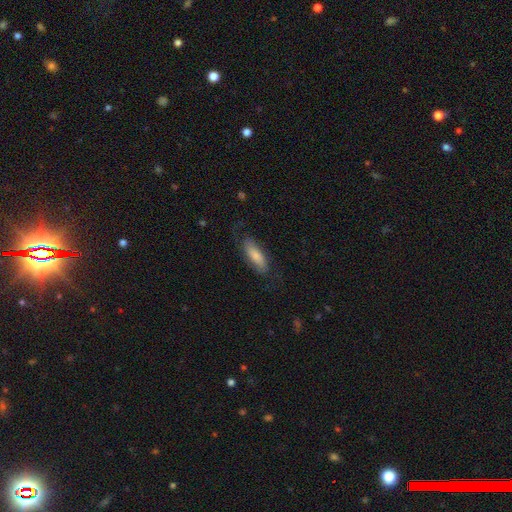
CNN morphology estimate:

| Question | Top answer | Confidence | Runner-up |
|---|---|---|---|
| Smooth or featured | smooth | 72% | featured or disk (22%) |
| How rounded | in between | 59% | cigar-shaped (39%) |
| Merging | none | 70% | minor disturbance (20%) |